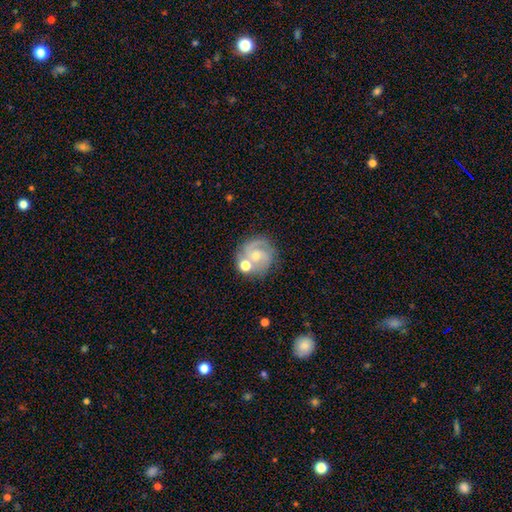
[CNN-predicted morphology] Smooth or featured?
  - featured or disk: 71% *
  - smooth: 22%
  - star or artifact: 8%
Edge-on disk?
  - no: 98% *
  - yes: 2%
Bar?
  - no: 59% *
  - weak: 34%
  - strong: 7%
Spiral arms?
  - yes: 91% *
  - no: 9%
Spiral winding?
  - medium: 46% *
  - tight: 39%
  - loose: 15%
Spiral arm count?
  - 2: 62% *
  - 3: 15%
  - can't tell: 11%
  - 1: 8%
  - 4: 2%
  - more than 4: 2%
Bulge size?
  - small: 48% *
  - moderate: 42%
  - none: 5%
  - large: 3%
  - dominant: 1%
Merging?
  - none: 57% *
  - merger: 20%
  - minor disturbance: 16%
  - major disturbance: 7%